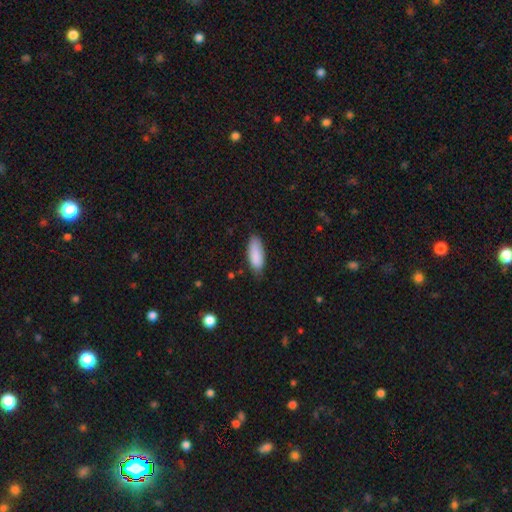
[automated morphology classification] A smooth galaxy with no disk features (88%) that is in between round and cigar-shaped (76%). Merging: none (73%).